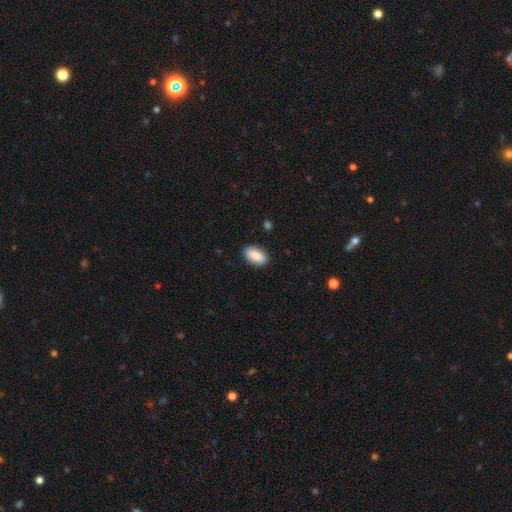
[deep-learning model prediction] Q: Smooth or featured?
A: smooth (85%); runner-up: featured or disk (9%)
Q: How rounded?
A: in between (92%); runner-up: round (5%)
Q: Merging?
A: none (88%); runner-up: minor disturbance (9%)